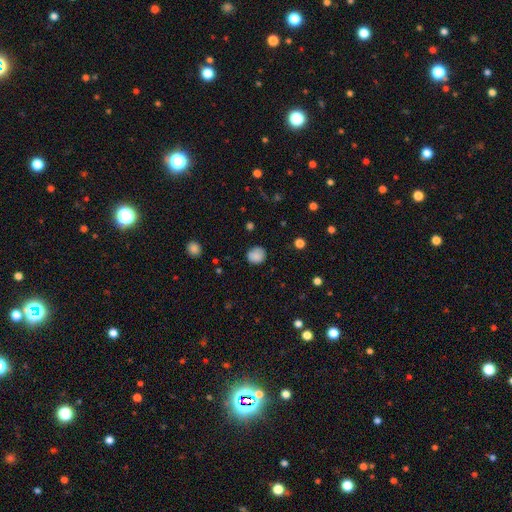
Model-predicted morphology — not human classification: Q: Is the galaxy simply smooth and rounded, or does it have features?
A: smooth — 84%.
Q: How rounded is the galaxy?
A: round — 82%.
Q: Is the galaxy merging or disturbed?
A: none — 79%.